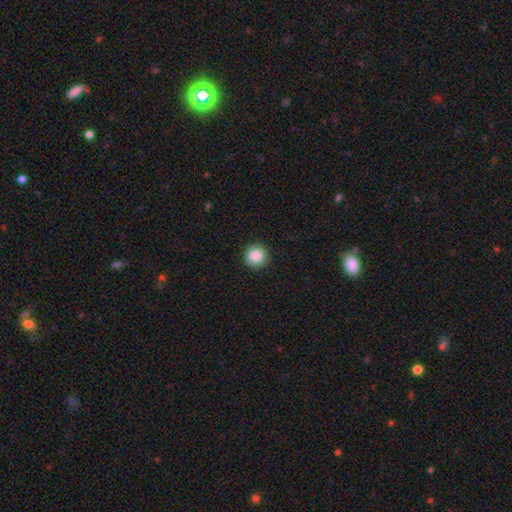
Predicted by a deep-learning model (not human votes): smooth-or-featured: smooth: 87% | star or artifact: 9% | featured or disk: 4%
  how-rounded: round: 95% | in between: 4% | cigar-shaped: 1%
  merging: none: 90% | minor disturbance: 7% | major disturbance: 2% | merger: 1%